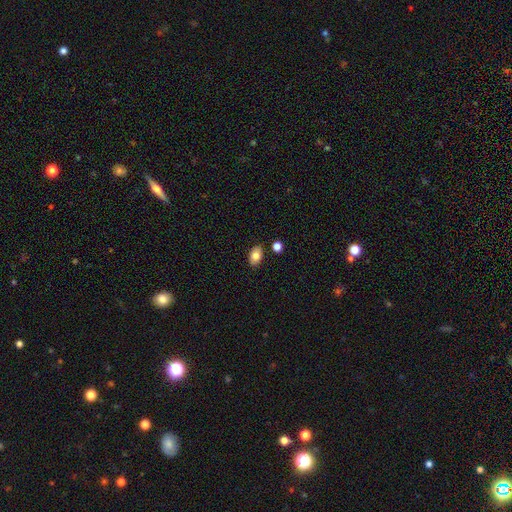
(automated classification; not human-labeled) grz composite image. It shows a smooth galaxy with no disk features (79%) that is in between round and cigar-shaped (89%). Merging: none (85%).